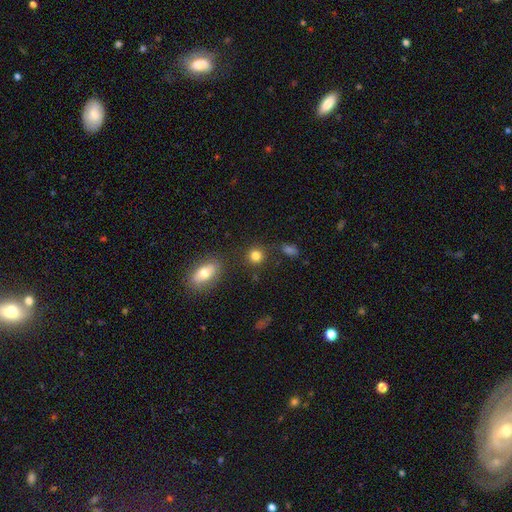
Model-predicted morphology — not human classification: smooth-or-featured: smooth: 82% | star or artifact: 12% | featured or disk: 6%
  how-rounded: round: 87% | in between: 11% | cigar-shaped: 1%
  merging: none: 81% | minor disturbance: 10% | merger: 6% | major disturbance: 4%